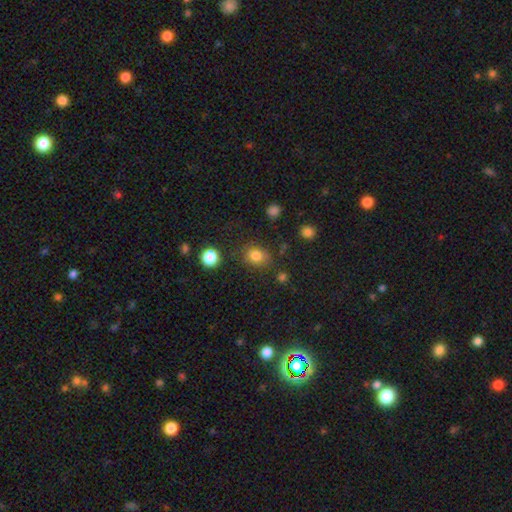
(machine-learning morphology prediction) Smooth or featured: smooth — 81% (star or artifact — 13%)
How rounded: round — 59% (in between — 40%)
Merging: none — 77% (minor disturbance — 15%)